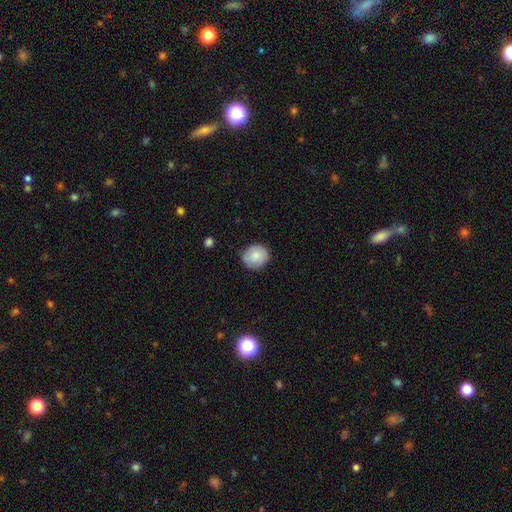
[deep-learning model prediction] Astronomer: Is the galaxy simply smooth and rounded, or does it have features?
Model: smooth — 79%.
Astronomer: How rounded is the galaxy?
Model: round — 84%.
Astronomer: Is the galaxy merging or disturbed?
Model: none — 82%.